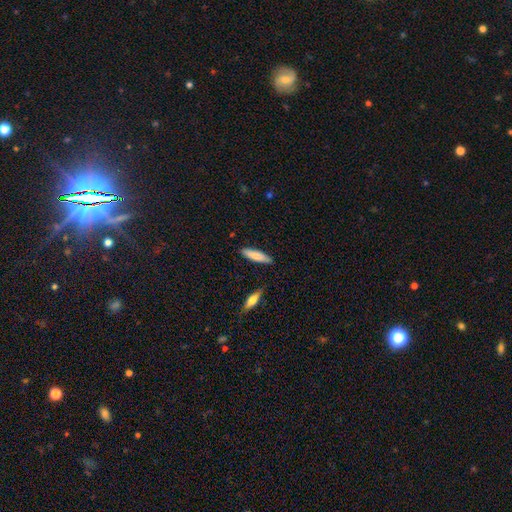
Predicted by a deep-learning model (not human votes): Smooth or featured? smooth (79%)
How rounded? cigar-shaped (72%)
Merging? none (85%)